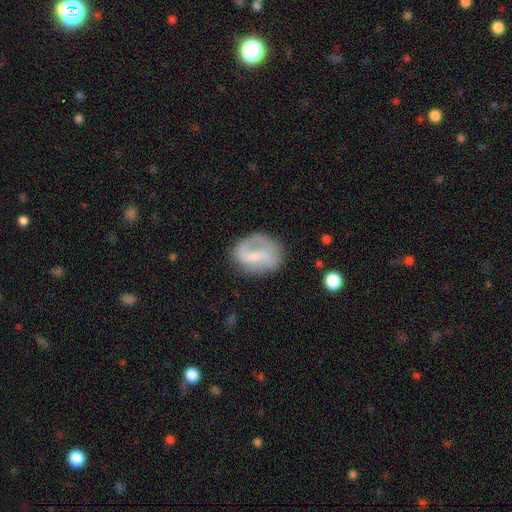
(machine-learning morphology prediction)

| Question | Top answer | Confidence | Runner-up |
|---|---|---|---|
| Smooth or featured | featured or disk | 59% | smooth (33%) |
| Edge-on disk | no | 97% | yes (3%) |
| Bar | weak | 42% | strong (29%) |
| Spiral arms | yes | 77% | no (23%) |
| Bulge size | none | 42% | small (32%) |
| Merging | none | 62% | minor disturbance (21%) |